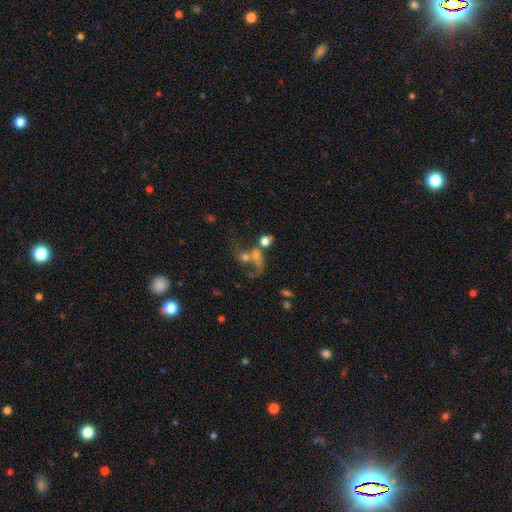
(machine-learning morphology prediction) This is marginally a smooth galaxy (41%). Merging: possibly merger (55%).